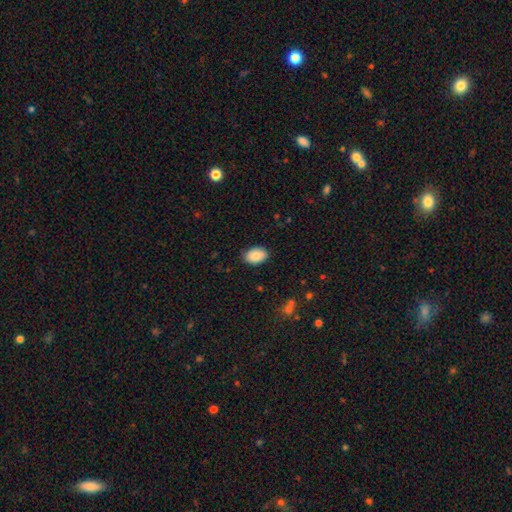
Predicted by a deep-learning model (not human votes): smooth_or_featured: smooth (p=0.89) [alt: star or artifact p=0.06]
how_rounded: in between (p=0.88) [alt: round p=0.11]
merging: none (p=0.86) [alt: minor disturbance p=0.11]